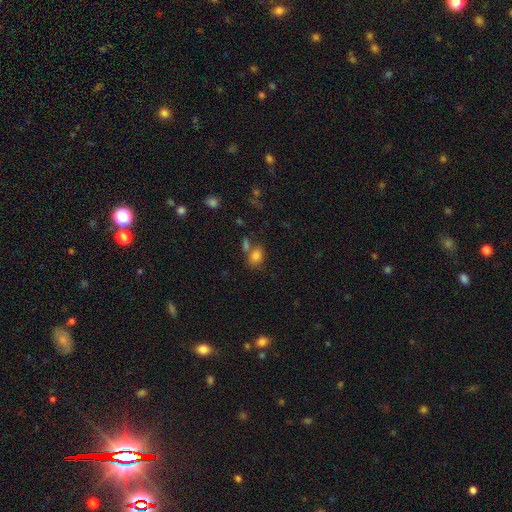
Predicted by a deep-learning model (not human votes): smooth_or_featured: smooth (p=0.81) [alt: star or artifact p=0.11]
how_rounded: in between (p=0.74) [alt: round p=0.24]
merging: none (p=0.55) [alt: merger p=0.25]